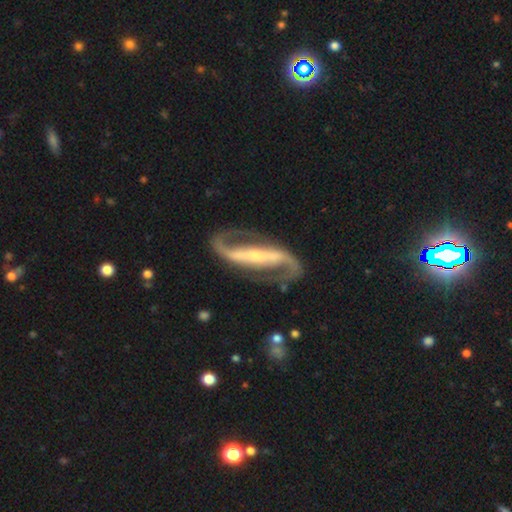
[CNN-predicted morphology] smooth_or_featured: featured or disk (p=0.92) [alt: smooth p=0.04]
disk_edge_on: no (p=0.93) [alt: yes p=0.07]
bar: strong (p=0.74) [alt: weak p=0.16]
has_spiral_arms: yes (p=0.97) [alt: no p=0.03]
spiral_winding: loose (p=0.43) [tied with: medium p=0.43]
spiral_arm_count: 2 (p=0.94) [alt: 1 p=0.02]
bulge_size: small (p=0.56) [alt: moderate p=0.26]
merging: none (p=0.80) [alt: minor disturbance p=0.11]